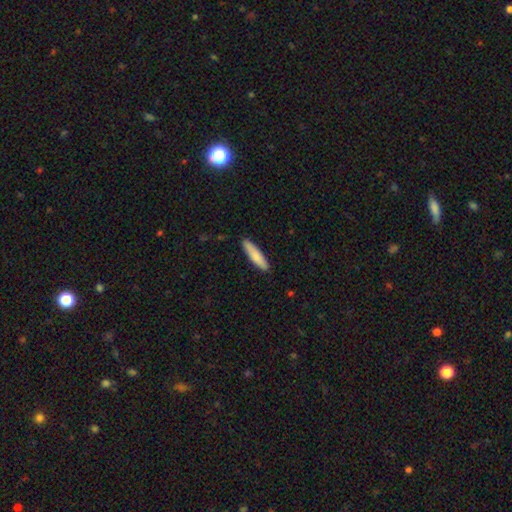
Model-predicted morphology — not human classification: A smooth galaxy with no disk features (83%) that is cigar-shaped (81%).

Vote fractions:
- Smooth or featured? smooth: 83% / featured or disk: 12% / star or artifact: 5%
- How rounded? cigar-shaped: 81% / in between: 18% / round: 1%
- Merging? none: 89% / minor disturbance: 8% / major disturbance: 2% / merger: 1%